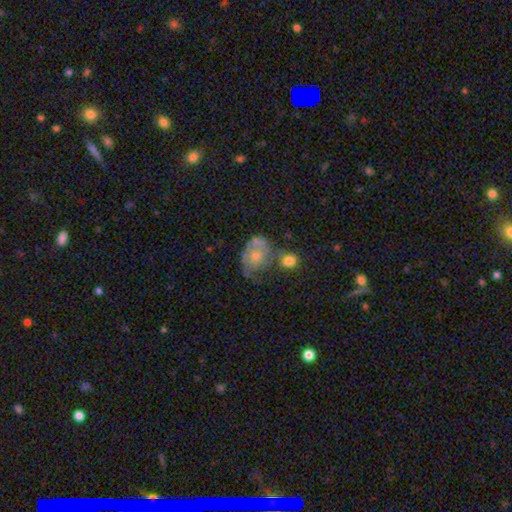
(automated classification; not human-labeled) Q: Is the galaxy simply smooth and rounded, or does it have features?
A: featured or disk — 59%.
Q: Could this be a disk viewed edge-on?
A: no — 97%.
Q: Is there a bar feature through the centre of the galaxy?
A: no — 82%.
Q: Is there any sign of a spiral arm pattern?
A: yes — 67%.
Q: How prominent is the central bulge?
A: moderate — 51%.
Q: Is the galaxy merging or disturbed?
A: none — 35%.